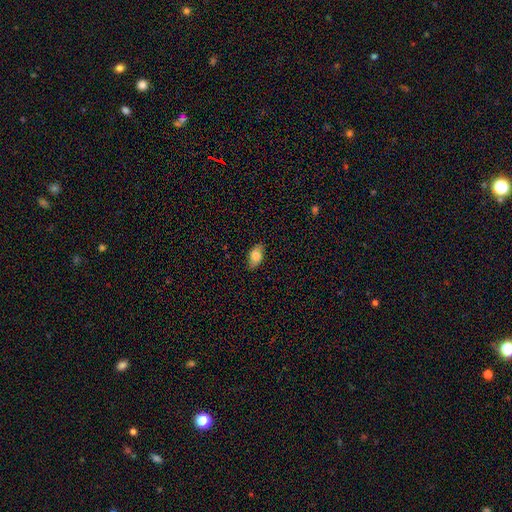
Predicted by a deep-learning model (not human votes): Smooth or featured? smooth (75%)
How rounded? in between (90%)
Merging? none (82%)